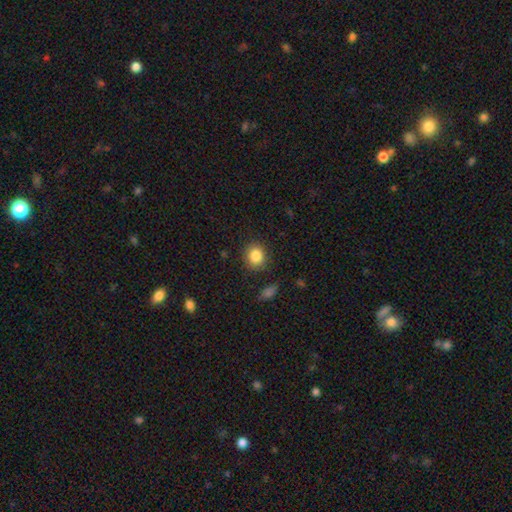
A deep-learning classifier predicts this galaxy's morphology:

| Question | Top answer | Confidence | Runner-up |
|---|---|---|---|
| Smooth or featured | smooth | 85% | star or artifact (9%) |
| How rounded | round | 74% | in between (25%) |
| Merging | none | 85% | minor disturbance (10%) |